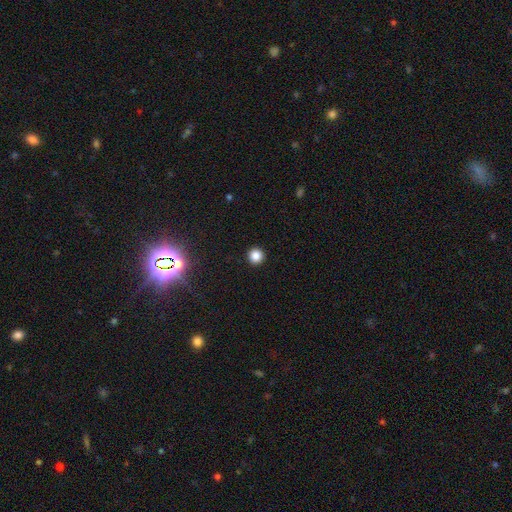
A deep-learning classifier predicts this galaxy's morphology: smooth_or_featured: smooth (p=0.84) [alt: star or artifact p=0.12]
how_rounded: round (p=0.96) [alt: in between p=0.03]
merging: none (p=0.93) [alt: minor disturbance p=0.04]